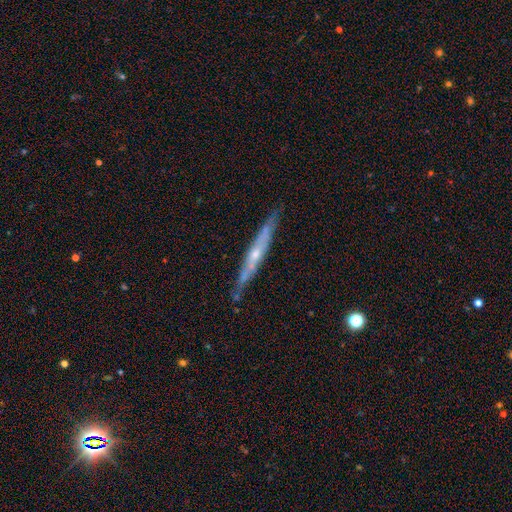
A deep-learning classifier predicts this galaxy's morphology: smooth_or_featured: featured or disk (p=0.73) [alt: smooth p=0.21]
disk_edge_on: yes (p=0.93) [alt: no p=0.07]
edge_on_bulge: rounded (p=0.62) [alt: none p=0.34]
merging: none (p=0.85) [alt: minor disturbance p=0.12]